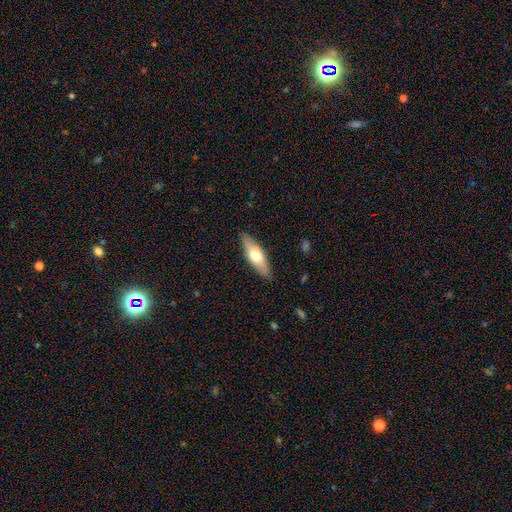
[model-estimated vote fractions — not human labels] Overall: smooth (53%; featured or disk 41%). How rounded: in between (53%; cigar-shaped 45%). Merging: none (86%).